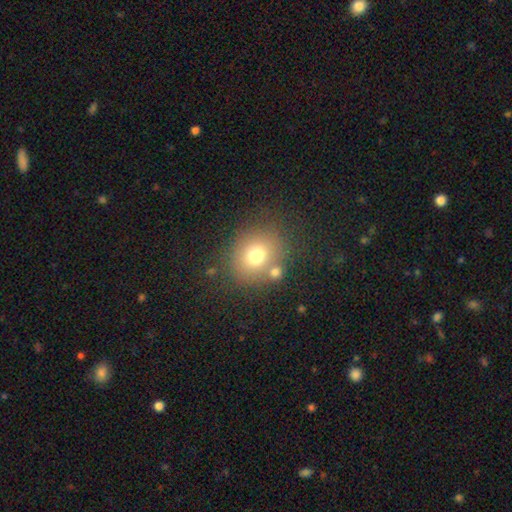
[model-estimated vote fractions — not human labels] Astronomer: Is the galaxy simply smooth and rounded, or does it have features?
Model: smooth — 73%.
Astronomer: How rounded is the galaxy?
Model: round — 72%.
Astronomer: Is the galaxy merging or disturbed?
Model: none — 69%.